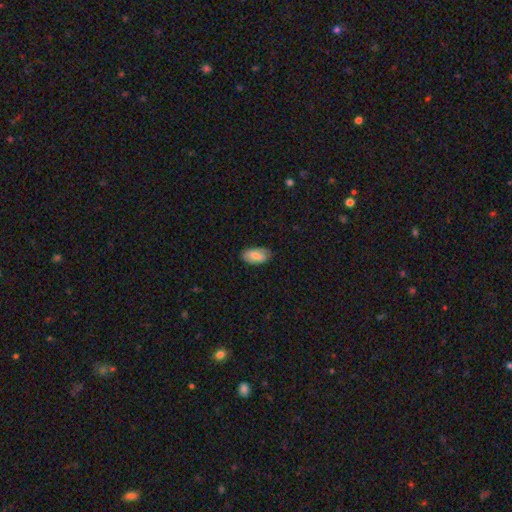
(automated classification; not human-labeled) Smooth or featured? Predicted: smooth (p=0.74). How rounded? Predicted: in between (p=0.93). Merging? Predicted: none (p=0.79).